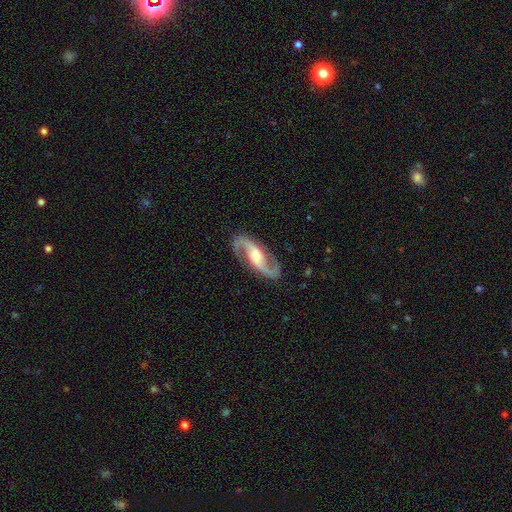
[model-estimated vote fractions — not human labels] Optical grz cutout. It shows a featured or disk galaxy (92%) with a weak bar (40%), 2 (94%) medium (55%) spiral arms (98%) and a moderate central bulge (59%). Merging: none (86%).